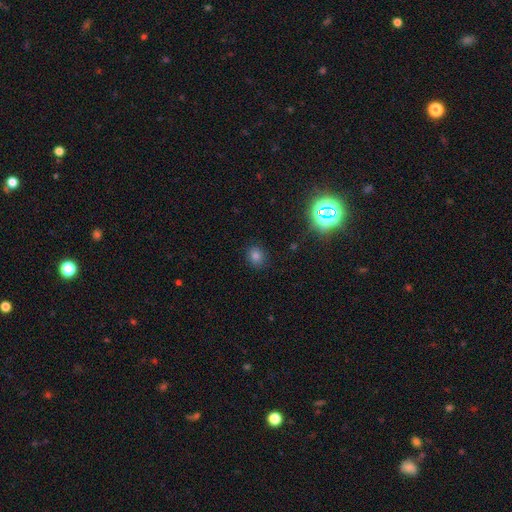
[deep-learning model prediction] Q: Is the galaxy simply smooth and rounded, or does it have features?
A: smooth — 73%.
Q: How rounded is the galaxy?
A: round — 69%.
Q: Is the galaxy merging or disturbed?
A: none — 86%.